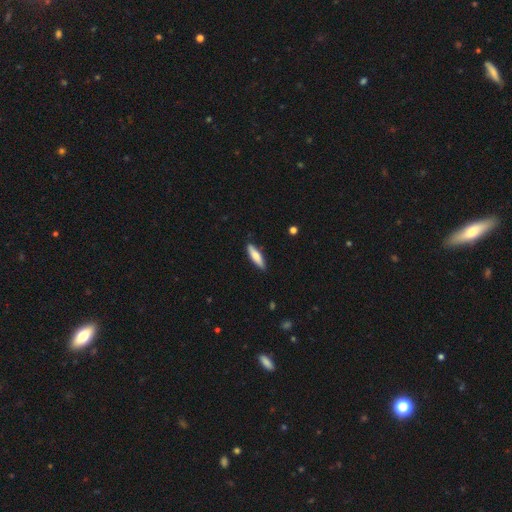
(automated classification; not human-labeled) Overall: smooth (70%). How rounded: cigar-shaped (68%; in between 30%). Merging: none (88%).